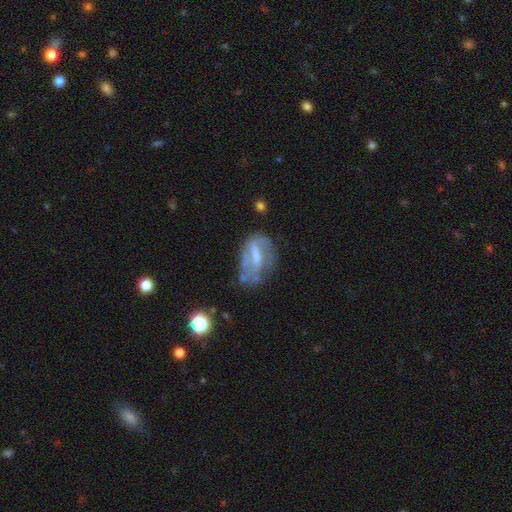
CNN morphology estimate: The model was most divided on "bulge size": moderate: 34%, none: 32%, small: 28%, large: 5%, dominant: 1%. Remaining: edge-on disk — no (93%); smooth or featured — featured or disk (62%); spiral arms — no (56%); merging — none (41%); bar — weak (39%).